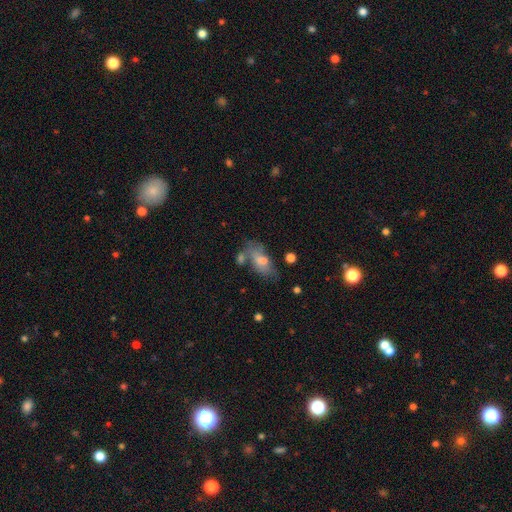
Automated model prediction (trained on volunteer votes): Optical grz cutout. It shows a smooth galaxy with no disk features (56%) that is in between round and cigar-shaped (82%). Merging: none (56%).